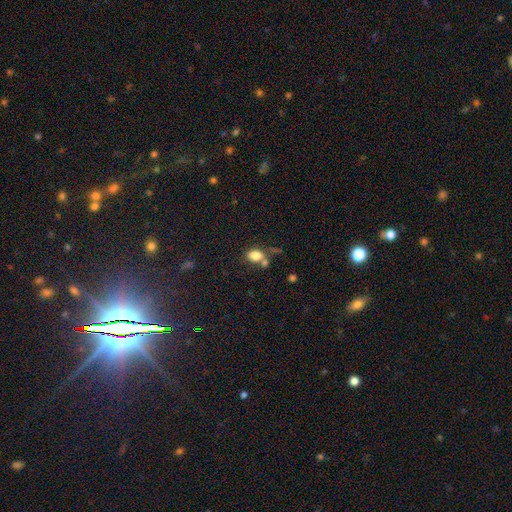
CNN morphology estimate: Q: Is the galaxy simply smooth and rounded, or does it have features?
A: smooth — 82%.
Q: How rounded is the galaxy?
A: in between — 75%.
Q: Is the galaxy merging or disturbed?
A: none — 47%.